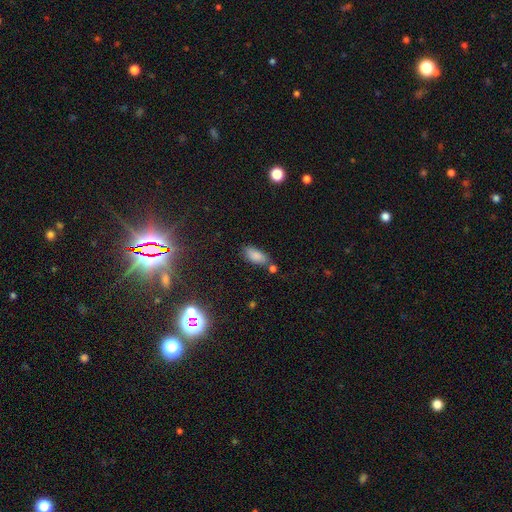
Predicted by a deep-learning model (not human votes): Q: Smooth or featured?
A: smooth (82%); runner-up: star or artifact (11%)
Q: How rounded?
A: in between (87%); runner-up: cigar-shaped (10%)
Q: Merging?
A: none (63%); runner-up: minor disturbance (18%)